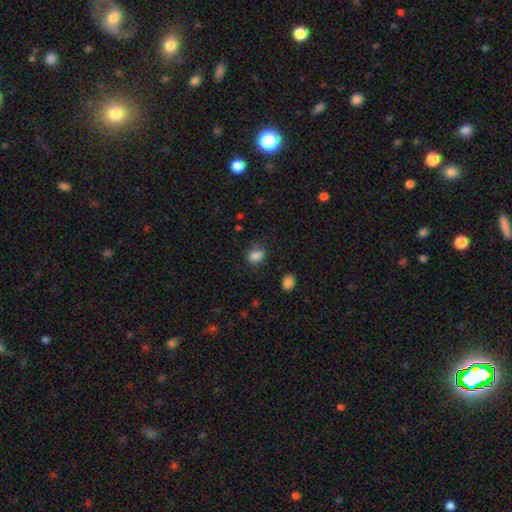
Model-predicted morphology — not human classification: smooth_or_featured: smooth (p=0.85) [alt: star or artifact p=0.10]
how_rounded: in between (p=0.53) [alt: round p=0.46]
merging: none (p=0.76) [alt: minor disturbance p=0.17]